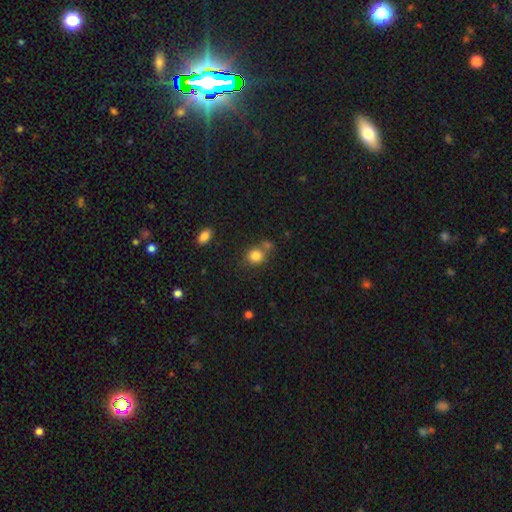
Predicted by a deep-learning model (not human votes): Smooth or featured? Predicted: smooth (p=0.83). How rounded? Predicted: round (p=0.78). Merging? Predicted: none (p=0.62).